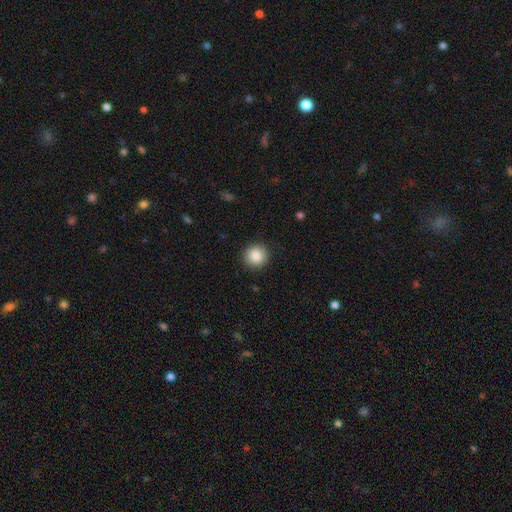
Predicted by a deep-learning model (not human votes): smooth-or-featured: smooth: 86% | star or artifact: 9% | featured or disk: 5%
  how-rounded: round: 92% | in between: 7% | cigar-shaped: 1%
  merging: none: 91% | minor disturbance: 6% | major disturbance: 2% | merger: 1%